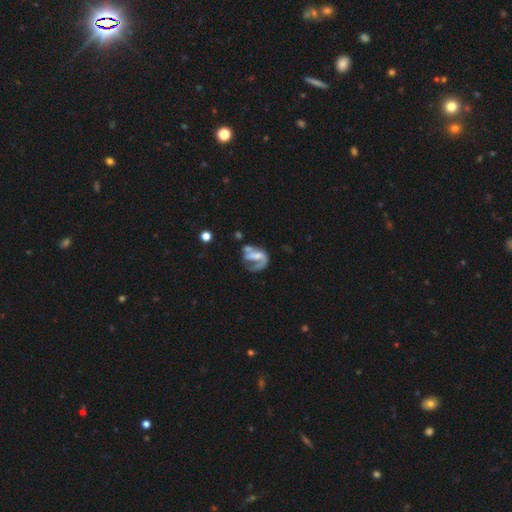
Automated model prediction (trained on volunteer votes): This is likely a featured or disk galaxy (69%). It is clearly not viewed edge-on (97%). Bar: marginally strong (35%). Spiral arm pattern: likely yes (72%). Central bulge: marginally none (39%). Merging: marginally major disturbance (37%).